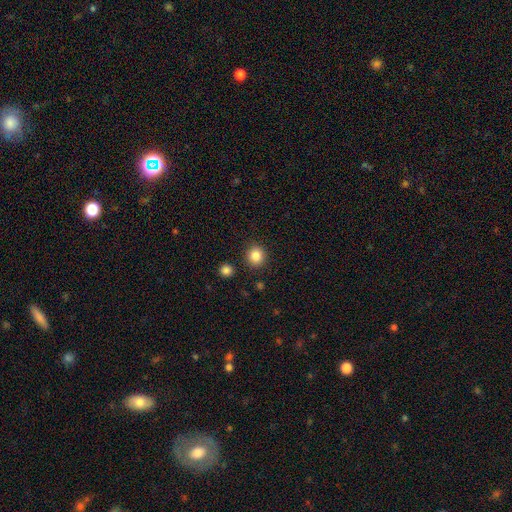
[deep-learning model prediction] Smooth or featured? Predicted: smooth (p=0.85). How rounded? Predicted: round (p=0.89). Merging? Predicted: none (p=0.89).